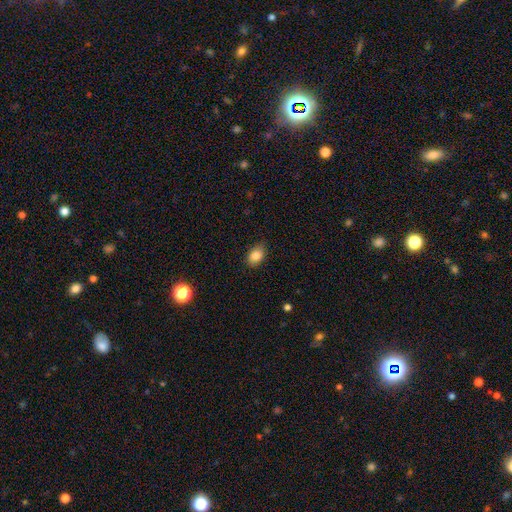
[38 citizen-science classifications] This is clearly a smooth galaxy (89%). How rounded: possibly in between (53%). Merging: likely none (74%).